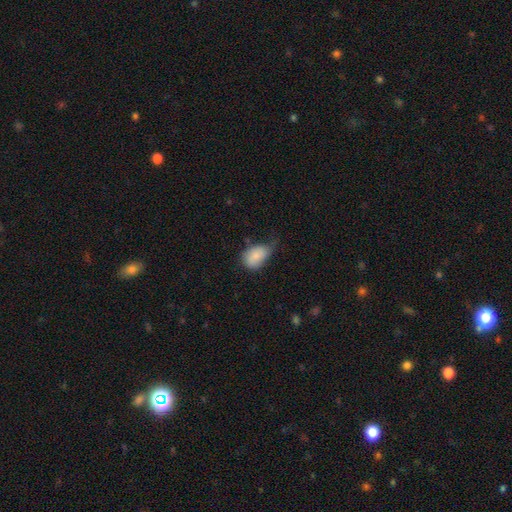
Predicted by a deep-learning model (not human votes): smooth-or-featured: smooth: 83% | featured or disk: 9% | star or artifact: 7%
  how-rounded: in between: 85% | round: 14% | cigar-shaped: 1%
  merging: minor disturbance: 48% | none: 32% | major disturbance: 17% | merger: 3%